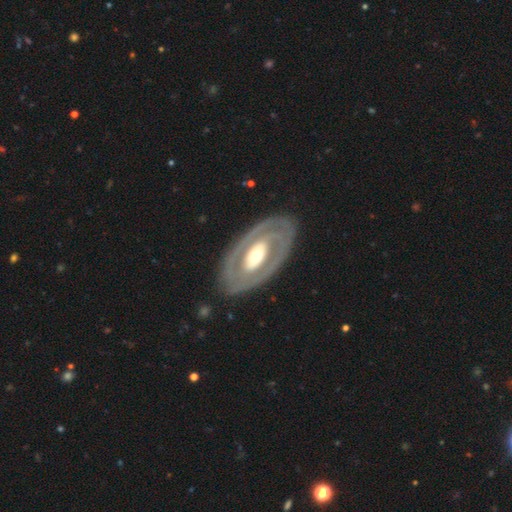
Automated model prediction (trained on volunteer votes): This appears to be a featured or disk galaxy (76%) with no bar (56%), no spiral arms (54%) and a moderate central bulge (65%). Merging: none (82%).